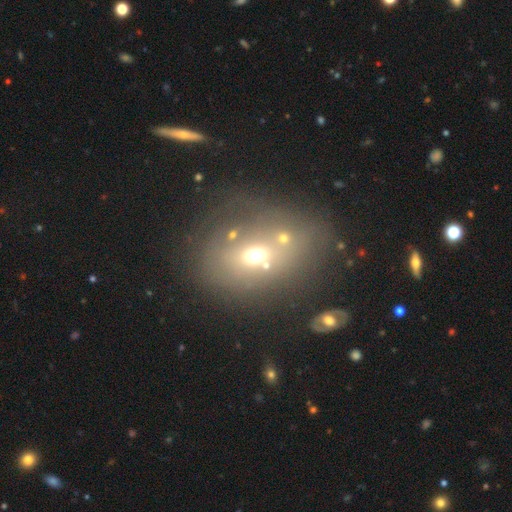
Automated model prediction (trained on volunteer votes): smooth 55%, featured or disk 25%, star or artifact 20%. Down the decision tree: how rounded — in between (56%); merging — none (50%).